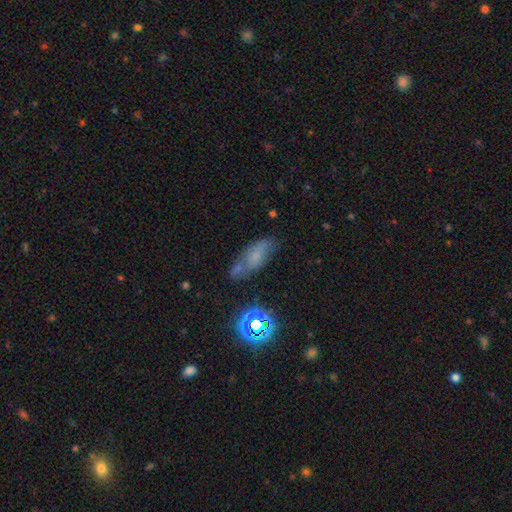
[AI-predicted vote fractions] Overall: smooth (56%; featured or disk 24%). How rounded: in between (71%). Merging: none (57%; minor disturbance 22%).